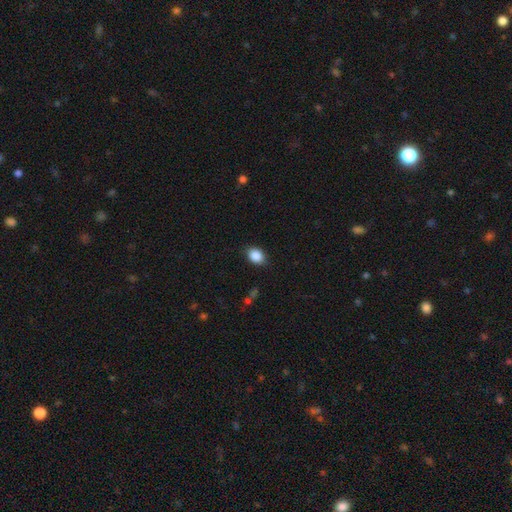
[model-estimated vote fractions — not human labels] Smooth or featured?
  - smooth: 87% *
  - star or artifact: 8%
  - featured or disk: 4%
How rounded?
  - in between: 70% *
  - round: 29%
  - cigar-shaped: 1%
Merging?
  - none: 86% *
  - minor disturbance: 11%
  - major disturbance: 3%
  - merger: 1%